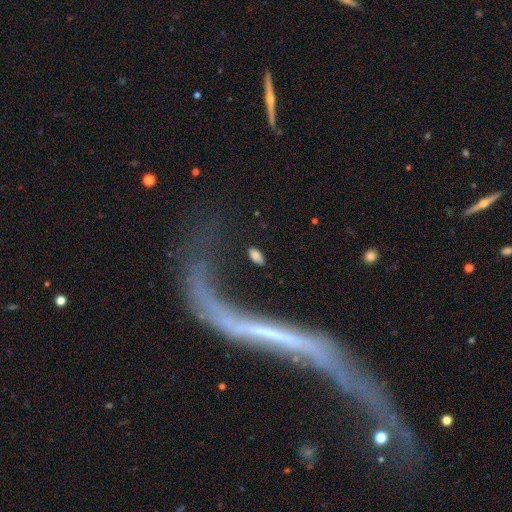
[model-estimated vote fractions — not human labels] Smooth or featured? Predicted: smooth (p=0.82). How rounded? Predicted: in between (p=0.91). Merging? Predicted: none (p=0.84).